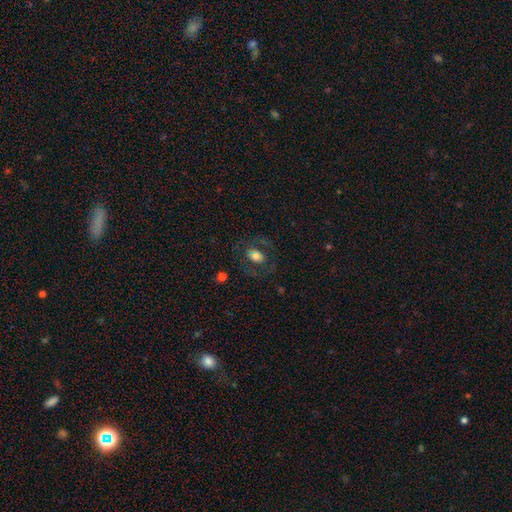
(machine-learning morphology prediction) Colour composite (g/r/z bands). It shows a smooth galaxy with no disk features (61%) that is in between round and cigar-shaped (75%). Merging: none (75%).